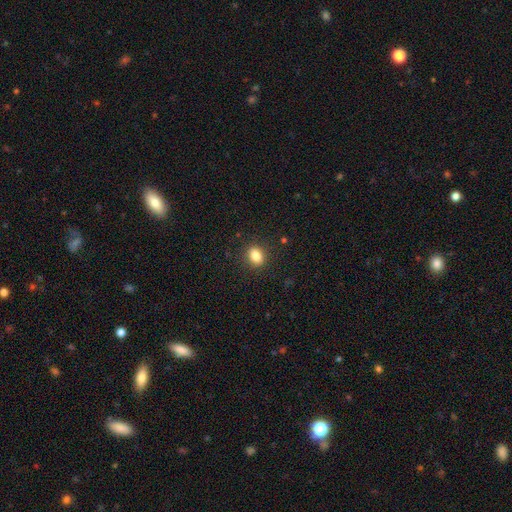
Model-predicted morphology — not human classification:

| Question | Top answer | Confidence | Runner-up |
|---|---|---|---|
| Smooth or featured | smooth | 85% | star or artifact (10%) |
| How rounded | in between | 67% | round (31%) |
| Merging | none | 88% | minor disturbance (8%) |